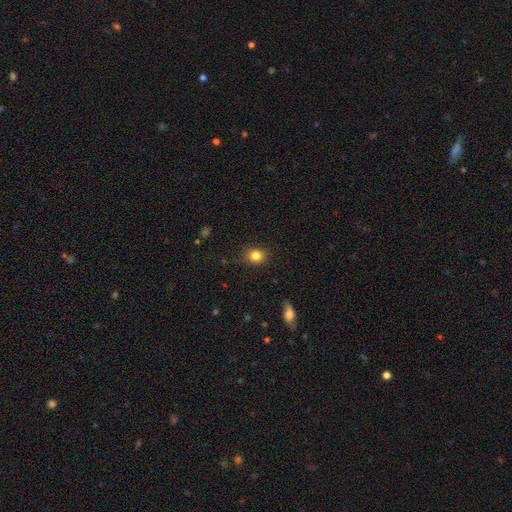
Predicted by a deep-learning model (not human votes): This appears to be a smooth galaxy with no disk features (82%) that is round (64%). Merging: none (82%).